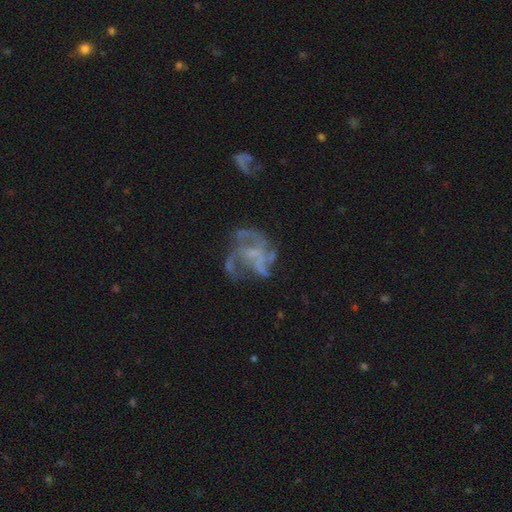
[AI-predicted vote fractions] This appears to be a featured or disk galaxy (75%) with no bar (64%), 3 (33%) medium (41%) spiral arms (76%) and no central bulge (55%). Merging: none (46%).